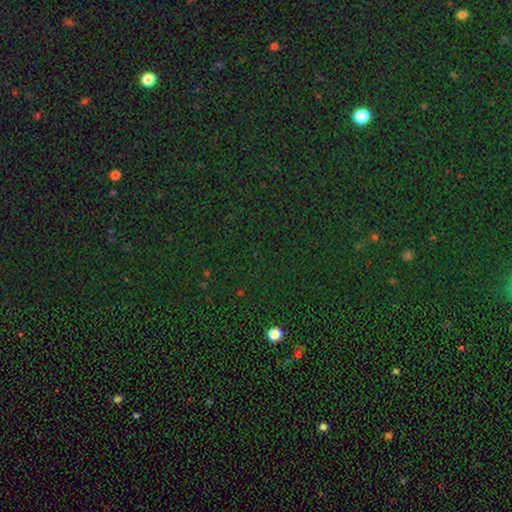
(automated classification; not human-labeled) Overall: star or artifact (79%).